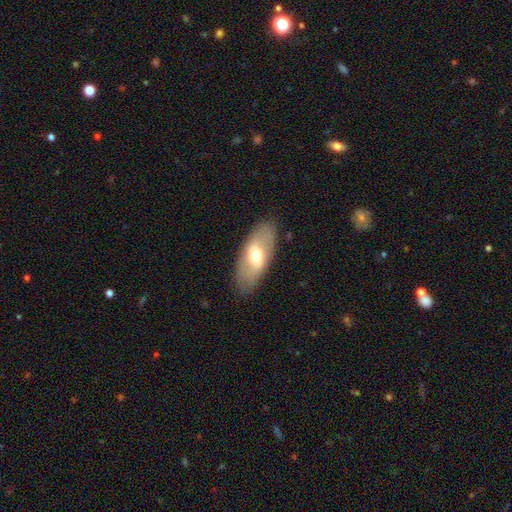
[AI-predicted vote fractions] A smooth galaxy with no disk features (49%). Merging: none (85%).